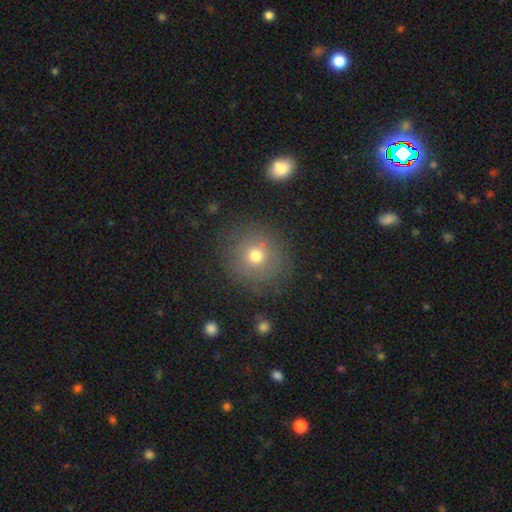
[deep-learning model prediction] This is likely a smooth galaxy (66%). How rounded: clearly round (92%). Merging: clearly none (82%).